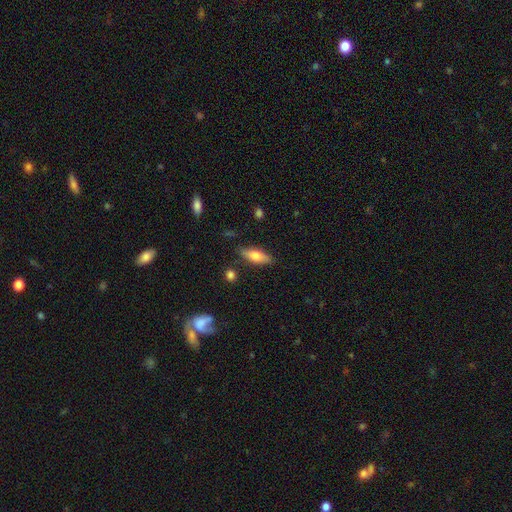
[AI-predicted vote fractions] Q: Smooth or featured?
A: smooth (67%); runner-up: featured or disk (26%)
Q: How rounded?
A: in between (61%); runner-up: cigar-shaped (36%)
Q: Merging?
A: none (81%); runner-up: minor disturbance (14%)